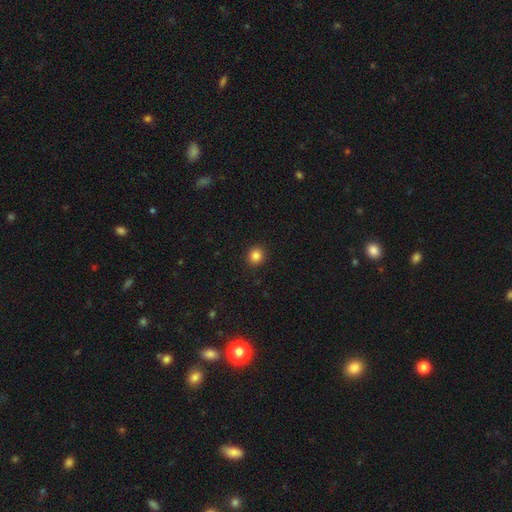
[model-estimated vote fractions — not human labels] A smooth galaxy with no disk features (85%) that is round (88%).

Vote fractions:
- Smooth or featured? smooth: 85% / star or artifact: 11% / featured or disk: 4%
- How rounded? round: 88% / in between: 11% / cigar-shaped: 1%
- Merging? none: 91% / minor disturbance: 6% / major disturbance: 2% / merger: 1%